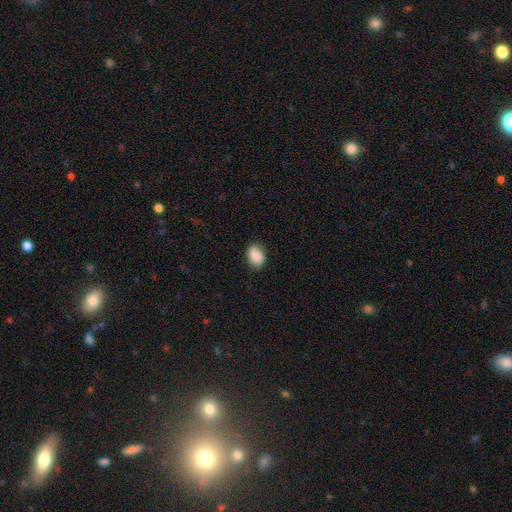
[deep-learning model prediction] This appears to be a smooth galaxy with no disk features (89%) that is in between round and cigar-shaped (81%). Merging: none (85%).